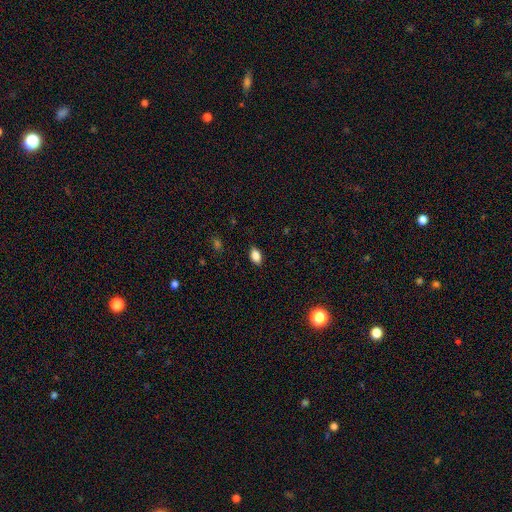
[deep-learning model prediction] Morphology: type=smooth (85%); roundness=in between (88%); merging=none (86%).